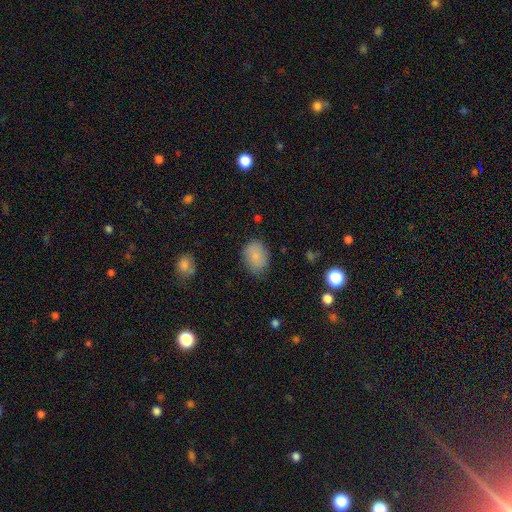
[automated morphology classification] Smooth or featured? Predicted: smooth (p=0.83). How rounded? Predicted: in between (p=0.71). Merging? Predicted: none (p=0.77).